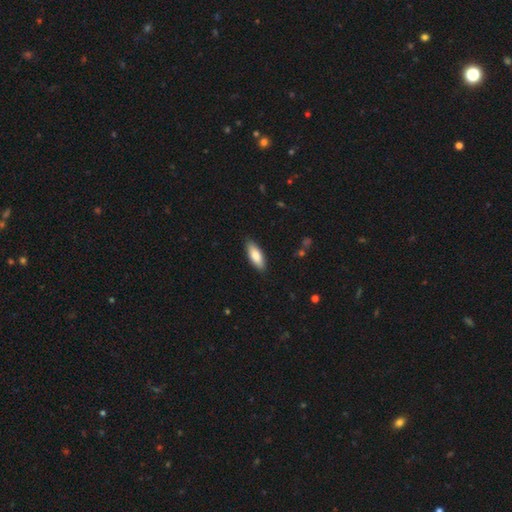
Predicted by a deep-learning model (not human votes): smooth 82%, featured or disk 13%, star or artifact 6%. Down the decision tree: how rounded — in between (70%); merging — none (88%).